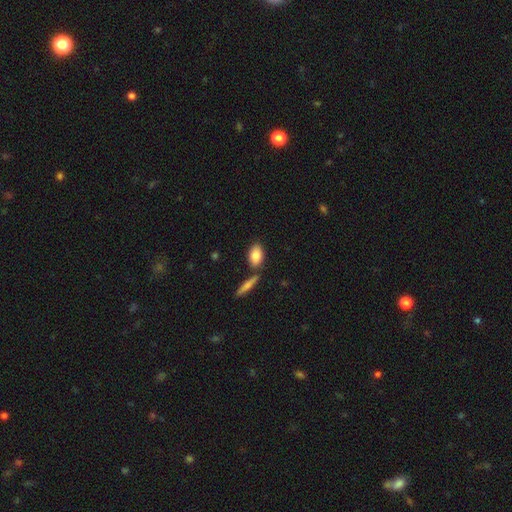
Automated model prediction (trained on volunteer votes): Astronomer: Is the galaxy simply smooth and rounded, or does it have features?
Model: smooth — 83%.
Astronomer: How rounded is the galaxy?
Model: in between — 88%.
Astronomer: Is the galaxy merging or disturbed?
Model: none — 71%.